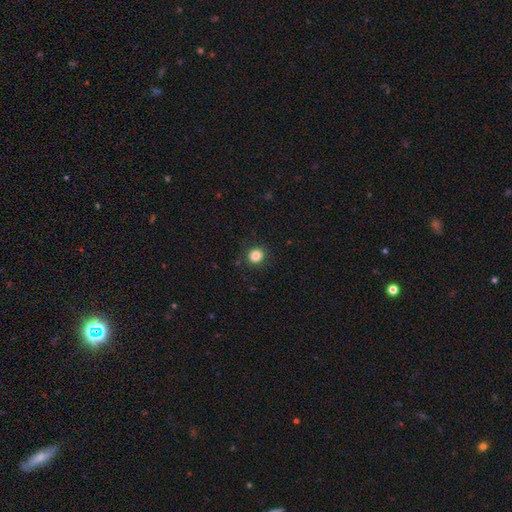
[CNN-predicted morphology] Q: Smooth or featured?
A: smooth (84%); runner-up: star or artifact (11%)
Q: How rounded?
A: round (86%); runner-up: in between (13%)
Q: Merging?
A: none (90%); runner-up: minor disturbance (7%)